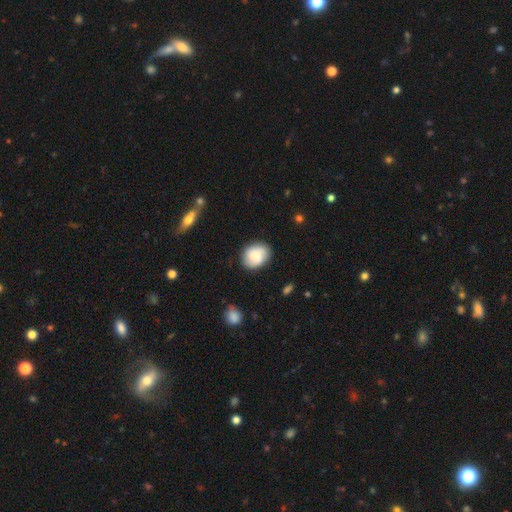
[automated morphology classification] type=smooth (72%); roundness=round (51%); merging=none (82%).